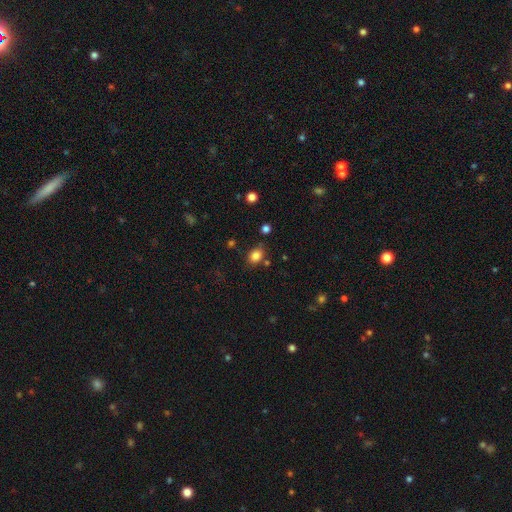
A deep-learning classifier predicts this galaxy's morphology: smooth_or_featured: smooth (p=0.83) [alt: star or artifact p=0.12]
how_rounded: in between (p=0.55) [alt: round p=0.44]
merging: none (p=0.78) [alt: minor disturbance p=0.13]